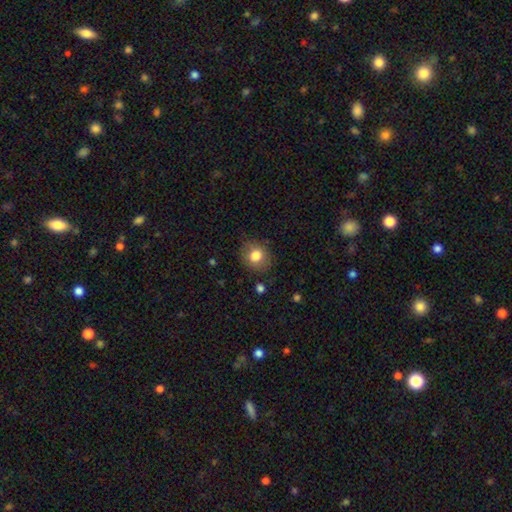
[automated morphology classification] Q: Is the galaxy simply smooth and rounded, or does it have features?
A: smooth — 80%.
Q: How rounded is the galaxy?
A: round — 75%.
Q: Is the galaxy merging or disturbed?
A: none — 84%.